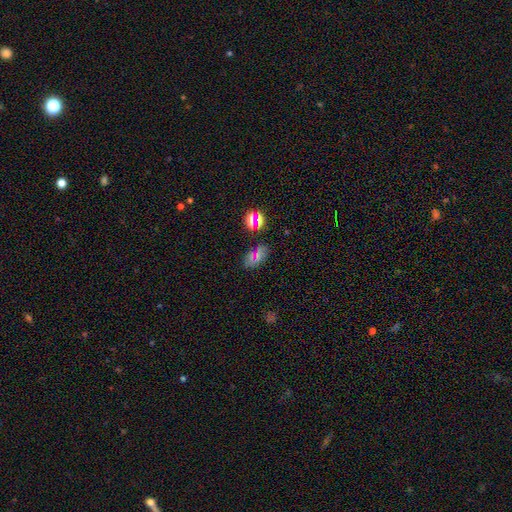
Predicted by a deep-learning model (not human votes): This is possibly a smooth galaxy (55%). How rounded: clearly in between (88%). Merging: likely none (78%).